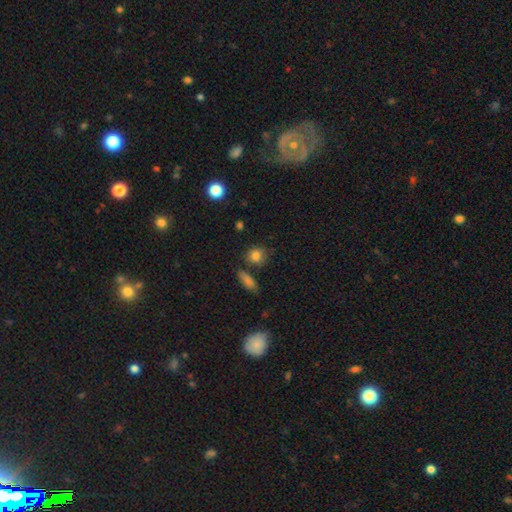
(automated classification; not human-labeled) Smooth or featured? smooth (82%)
How rounded? round (71%)
Merging? none (71%)